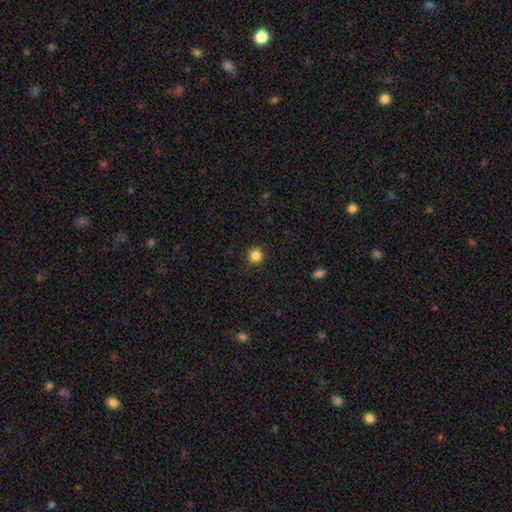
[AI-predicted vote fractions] A smooth galaxy with no disk features (85%) that is round (94%). Merging: none (91%).